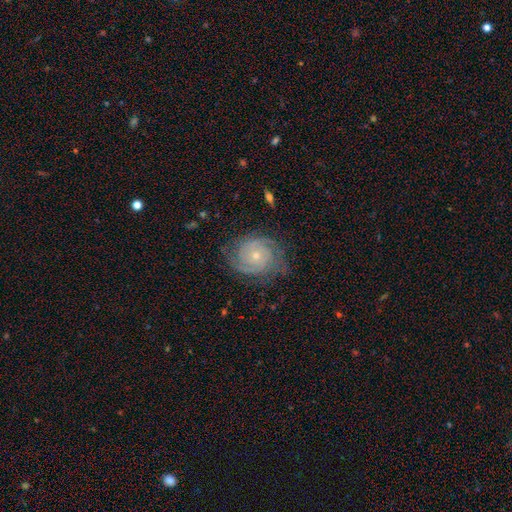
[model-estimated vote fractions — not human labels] Smooth or featured? Predicted: featured or disk (p=0.84). Edge-on disk? Predicted: no (p=0.98). Bar? Predicted: no (p=0.78). Spiral arms? Predicted: yes (p=0.96). Spiral winding? Predicted: tight (p=0.70). Spiral arm count? Predicted: 2 (p=0.40). Bulge size? Predicted: small (p=0.69). Merging? Predicted: none (p=0.73).